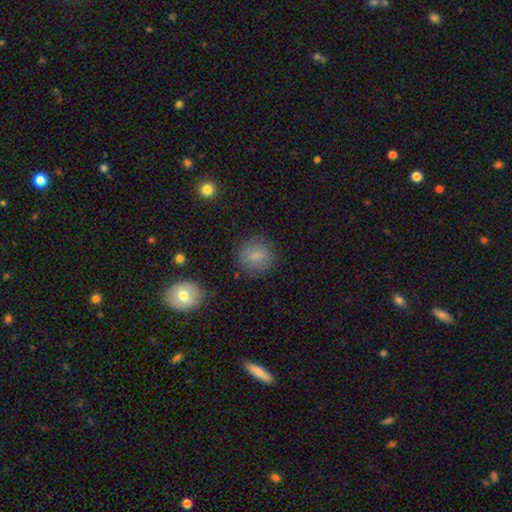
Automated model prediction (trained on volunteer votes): A smooth galaxy with no disk features (80%) that is round (81%).

Vote fractions:
- Smooth or featured? smooth: 80% / featured or disk: 10% / star or artifact: 10%
- How rounded? round: 81% / in between: 18% / cigar-shaped: 1%
- Merging? none: 80% / minor disturbance: 13% / major disturbance: 5% / merger: 2%